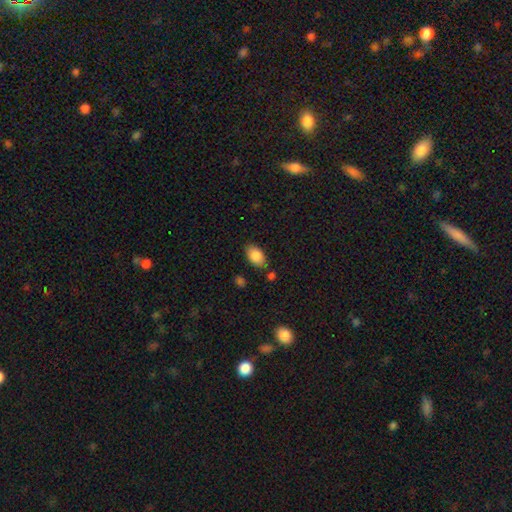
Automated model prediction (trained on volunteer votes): smooth 87%, star or artifact 7%, featured or disk 6%. Down the decision tree: how rounded — in between (92%); merging — none (78%).